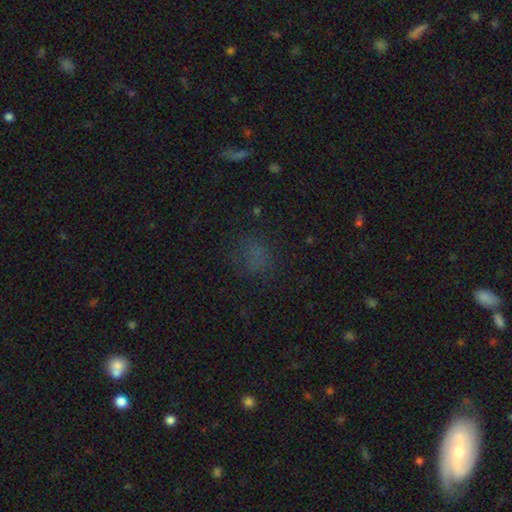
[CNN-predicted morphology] smooth 61%, star or artifact 30%, featured or disk 9%. Down the decision tree: how rounded — round (65%); merging — none (72%).